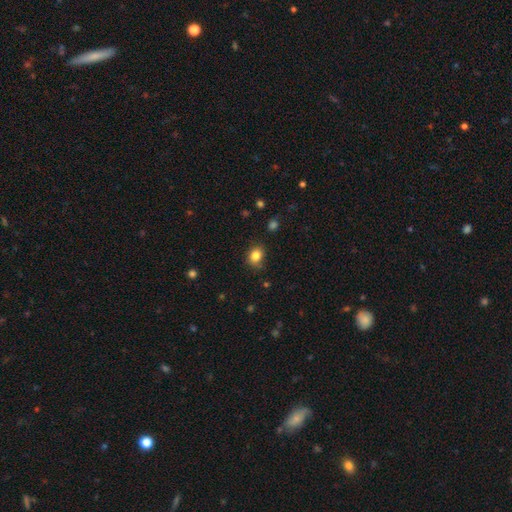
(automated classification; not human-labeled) smooth-or-featured: smooth: 84% | star or artifact: 10% | featured or disk: 6%
  how-rounded: round: 50% | in between: 49% | cigar-shaped: 1%
  merging: none: 77% | minor disturbance: 17% | major disturbance: 4% | merger: 2%